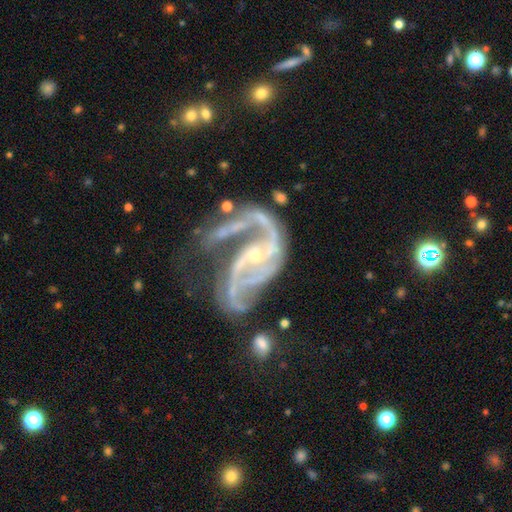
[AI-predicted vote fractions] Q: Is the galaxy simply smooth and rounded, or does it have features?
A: featured or disk — 91%.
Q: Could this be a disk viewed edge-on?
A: no — 98%.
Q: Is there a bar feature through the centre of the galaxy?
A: no — 41%.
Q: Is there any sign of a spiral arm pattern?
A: yes — 97%.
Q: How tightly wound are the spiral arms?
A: medium — 49%.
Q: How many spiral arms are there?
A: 2 — 44%.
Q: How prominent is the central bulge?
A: small — 75%.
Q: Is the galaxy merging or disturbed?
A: major disturbance — 37%.